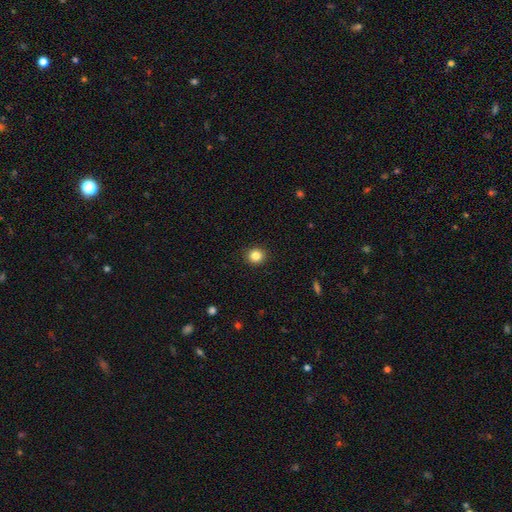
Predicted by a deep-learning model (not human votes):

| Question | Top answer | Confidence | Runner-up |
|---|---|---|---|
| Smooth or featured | smooth | 84% | star or artifact (11%) |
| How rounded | round | 87% | in between (12%) |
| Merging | none | 92% | minor disturbance (5%) |